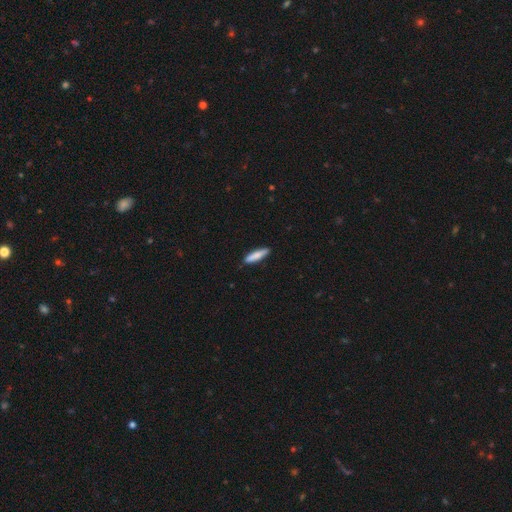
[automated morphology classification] A smooth galaxy with no disk features (80%) that is cigar-shaped (81%).

Vote fractions:
- Smooth or featured? smooth: 80% / featured or disk: 14% / star or artifact: 6%
- How rounded? cigar-shaped: 81% / in between: 17% / round: 1%
- Merging? none: 88% / minor disturbance: 9% / major disturbance: 2% / merger: 1%